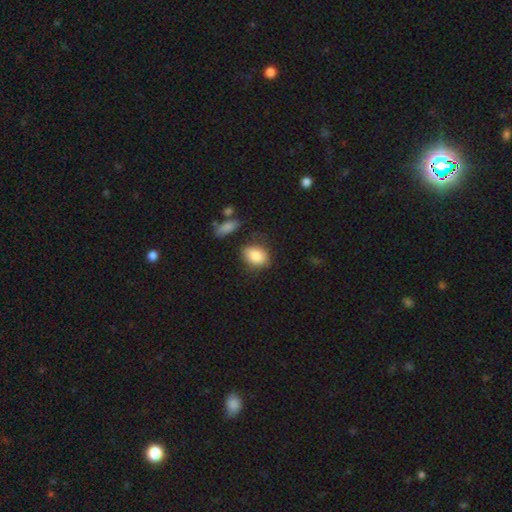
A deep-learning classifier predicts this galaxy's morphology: Smooth or featured: smooth — 86% (star or artifact — 8%)
How rounded: in between — 71% (round — 28%)
Merging: none — 69% (minor disturbance — 21%)